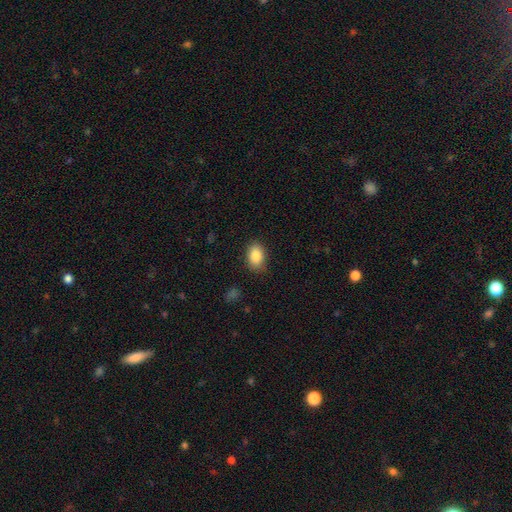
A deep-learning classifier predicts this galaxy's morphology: A smooth galaxy with no disk features (87%) that is in between round and cigar-shaped (85%).

Vote fractions:
- Smooth or featured? smooth: 87% / star or artifact: 8% / featured or disk: 6%
- How rounded? in between: 85% / round: 14% / cigar-shaped: 1%
- Merging? none: 85% / minor disturbance: 11% / major disturbance: 3% / merger: 1%